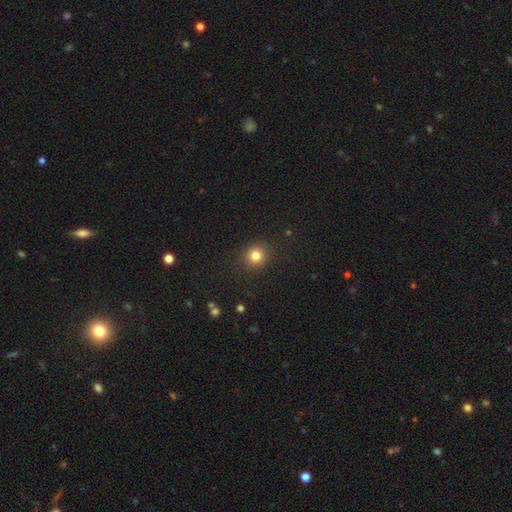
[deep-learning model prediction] Smooth or featured? smooth (81%)
How rounded? round (90%)
Merging? none (90%)